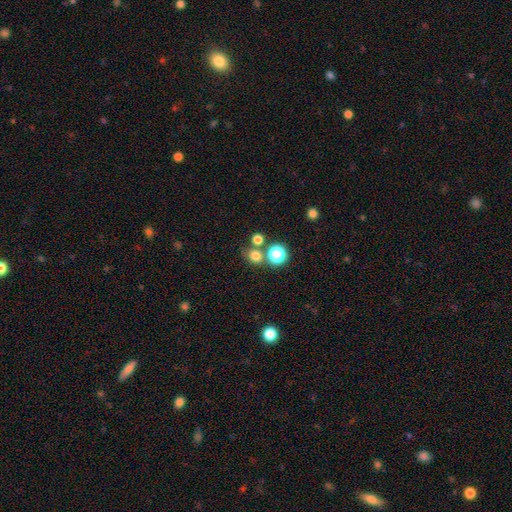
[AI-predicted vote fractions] The model was most divided on "merging": none: 63%, merger: 24%, minor disturbance: 9%, major disturbance: 4%. More confident: how rounded — round (82%); smooth or featured — smooth (73%).